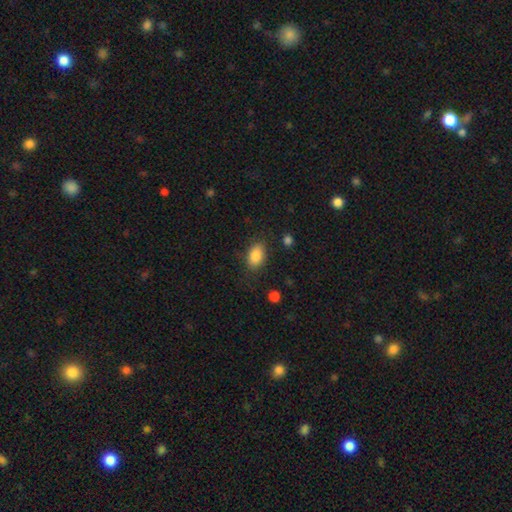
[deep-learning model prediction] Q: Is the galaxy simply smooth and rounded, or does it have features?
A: smooth — 86%.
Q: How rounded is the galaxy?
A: in between — 87%.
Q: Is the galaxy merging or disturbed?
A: none — 80%.